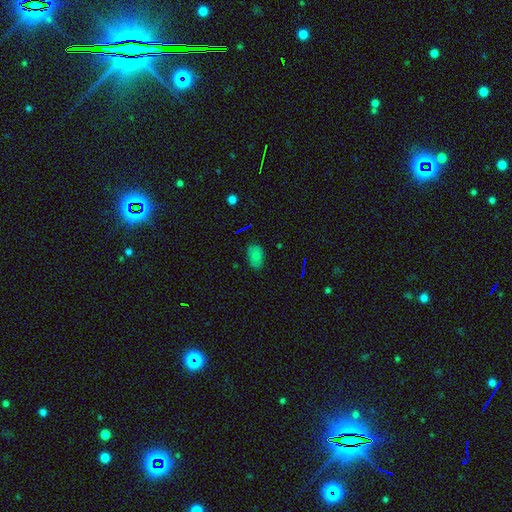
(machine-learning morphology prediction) smooth-or-featured: smooth: 76% | star or artifact: 16% | featured or disk: 8%
  how-rounded: in between: 88% | round: 10% | cigar-shaped: 2%
  merging: none: 79% | minor disturbance: 16% | major disturbance: 3% | merger: 2%